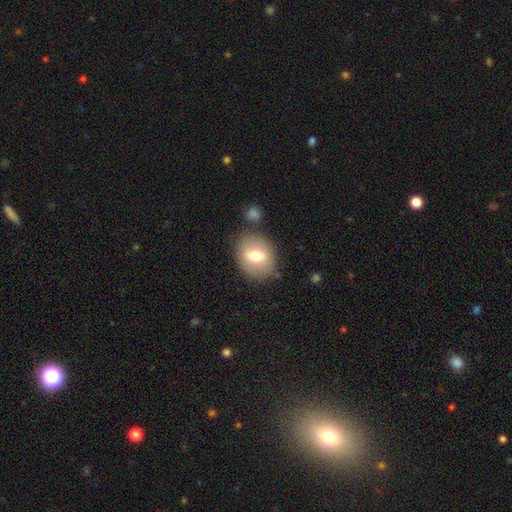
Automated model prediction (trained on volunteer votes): This appears to be a smooth galaxy with no disk features (63%) that is round (52%). Merging: none (78%).